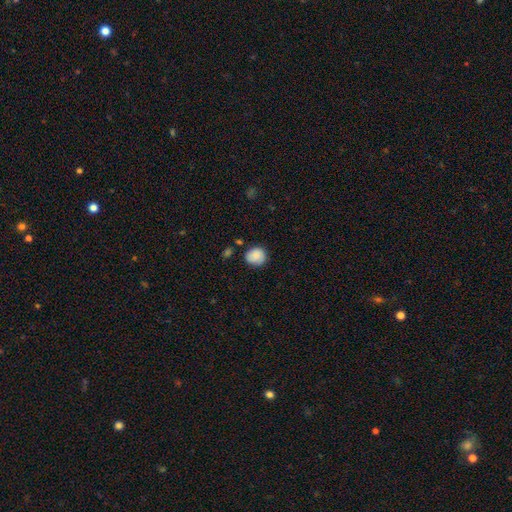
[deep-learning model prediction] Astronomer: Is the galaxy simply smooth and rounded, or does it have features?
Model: smooth — 86%.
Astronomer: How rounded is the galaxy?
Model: round — 79%.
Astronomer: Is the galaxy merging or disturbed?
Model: none — 77%.